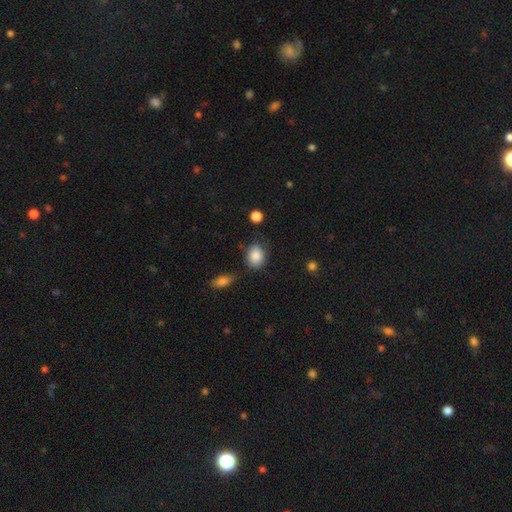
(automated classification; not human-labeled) The model was most divided on "how rounded": in between: 58%, round: 41%, cigar-shaped: 1%. More confident: smooth or featured — smooth (87%); merging — none (70%).